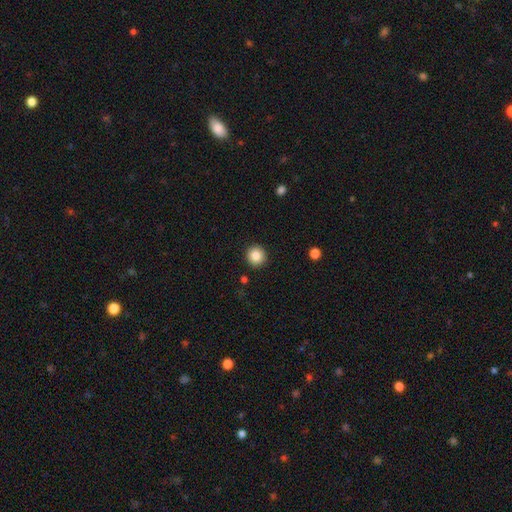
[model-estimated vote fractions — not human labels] Morphology: type=smooth (86%); roundness=round (95%); merging=none (92%).